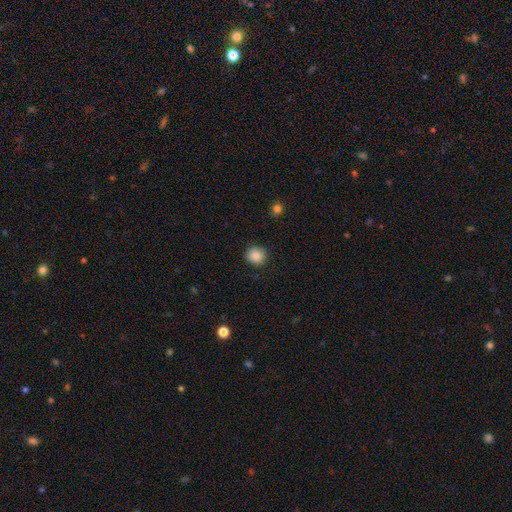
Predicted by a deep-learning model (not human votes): This is clearly a smooth galaxy (87%). How rounded: clearly round (89%). Merging: clearly none (89%).